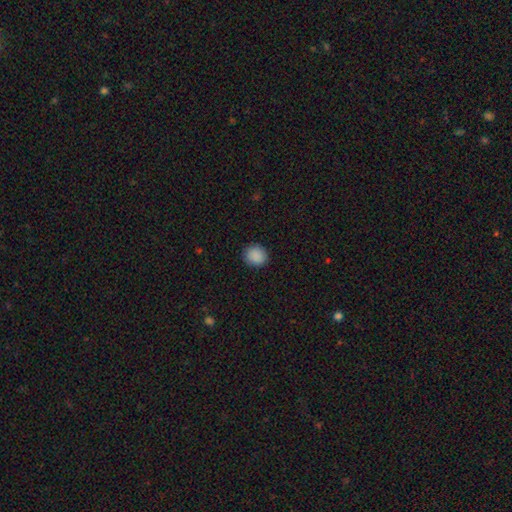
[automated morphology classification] This appears to be a smooth galaxy with no disk features (89%) that is round (83%). Merging: none (90%).